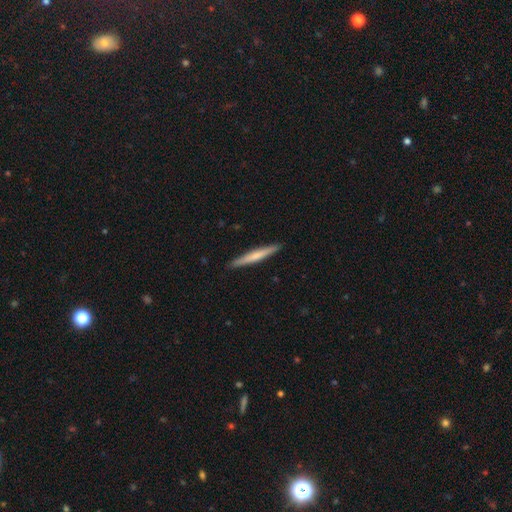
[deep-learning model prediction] The model was most divided on "smooth or featured": smooth: 58%, featured or disk: 37%, star or artifact: 5%. More confident: how rounded — cigar-shaped (96%); merging — none (91%).